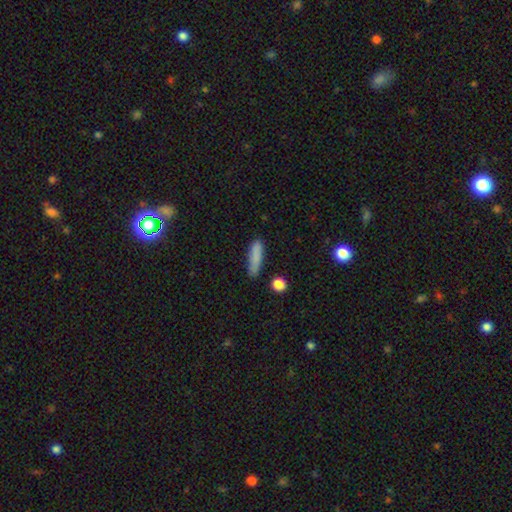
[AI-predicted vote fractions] This appears to be a smooth galaxy with no disk features (83%) that is cigar-shaped (72%). Merging: none (76%).